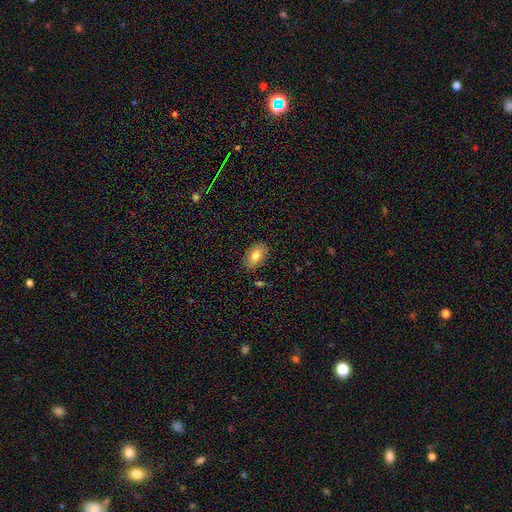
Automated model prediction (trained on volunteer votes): Smooth or featured? Predicted: smooth (p=0.78). How rounded? Predicted: in between (p=0.91). Merging? Predicted: none (p=0.83).